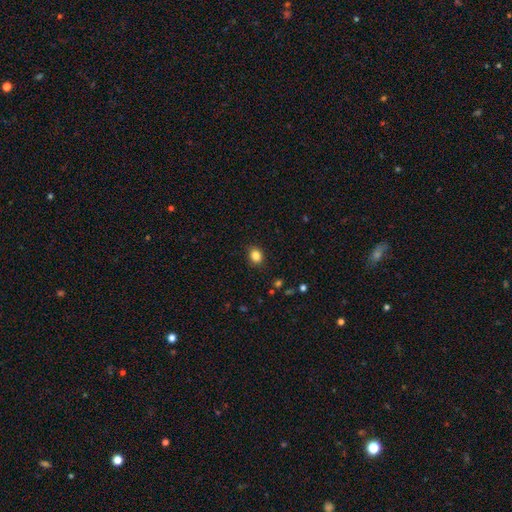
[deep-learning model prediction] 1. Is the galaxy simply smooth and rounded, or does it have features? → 85% smooth, 11% star or artifact, 4% featured or disk.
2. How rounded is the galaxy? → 56% round, 43% in between, 1% cigar-shaped.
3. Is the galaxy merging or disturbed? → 89% none, 7% minor disturbance, 2% major disturbance, 1% merger.